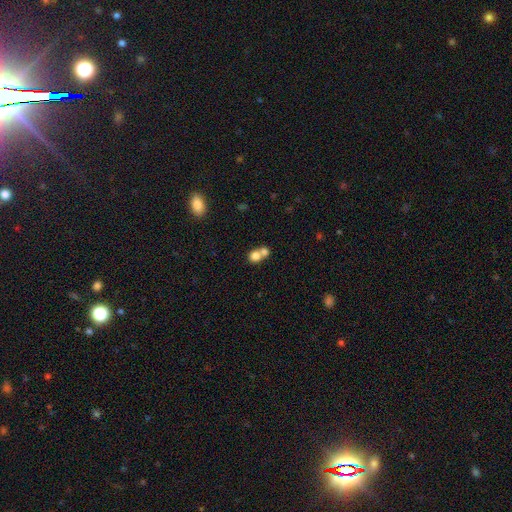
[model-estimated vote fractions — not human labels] smooth 78%, featured or disk 12%, star or artifact 10%. Down the decision tree: how rounded — round (74%); merging — merger (62%).